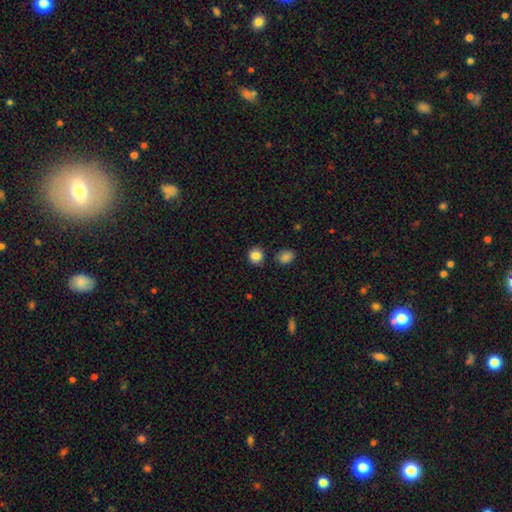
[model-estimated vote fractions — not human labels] Smooth or featured: smooth — 85% (star or artifact — 10%)
How rounded: round — 84% (in between — 15%)
Merging: none — 81% (minor disturbance — 12%)